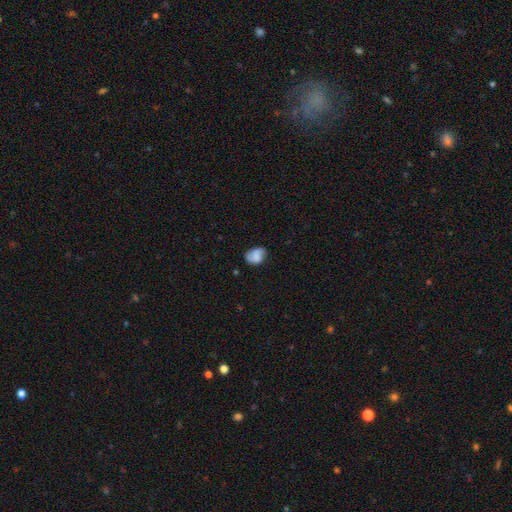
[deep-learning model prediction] Q: Smooth or featured?
A: smooth (63%); runner-up: featured or disk (28%)
Q: How rounded?
A: in between (63%); runner-up: round (35%)
Q: Merging?
A: none (60%); runner-up: minor disturbance (29%)